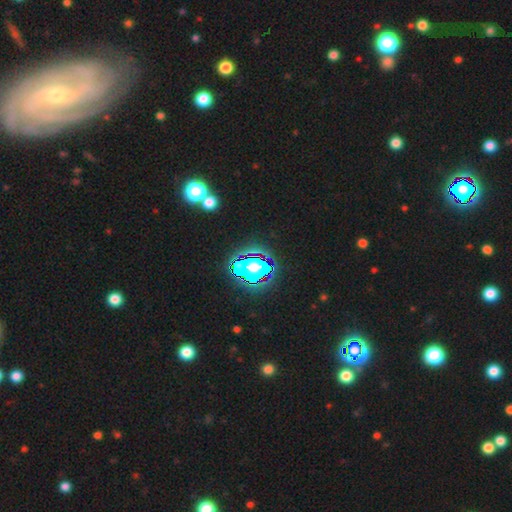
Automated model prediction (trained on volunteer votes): This is likely a star or artifact rather than a galaxy (62%).